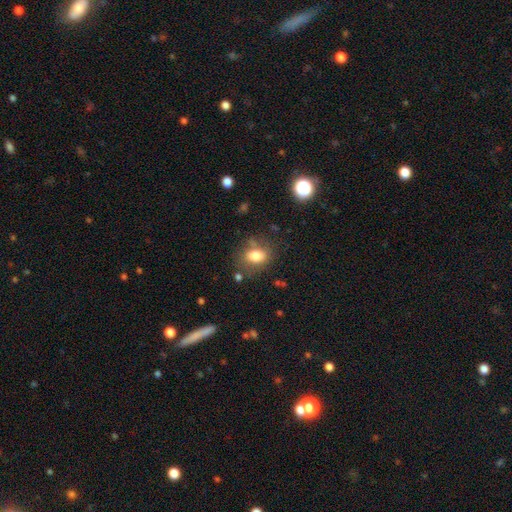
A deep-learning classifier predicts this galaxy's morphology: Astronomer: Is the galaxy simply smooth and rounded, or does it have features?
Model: smooth — 78%.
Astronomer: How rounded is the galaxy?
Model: in between — 68%.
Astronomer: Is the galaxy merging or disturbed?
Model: none — 70%.